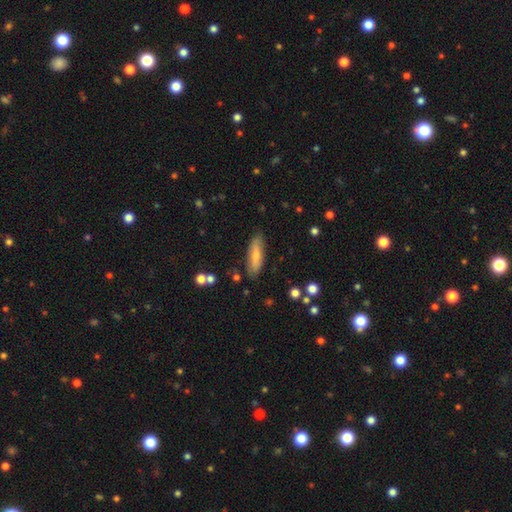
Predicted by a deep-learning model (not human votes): Morphology: type=smooth (65%); roundness=cigar-shaped (51%); merging=none (82%).